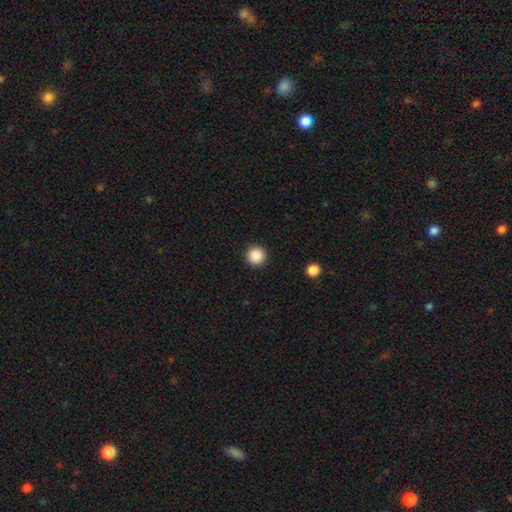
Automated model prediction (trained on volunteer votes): This is clearly a smooth galaxy (88%). How rounded: clearly round (96%). Merging: clearly none (93%).